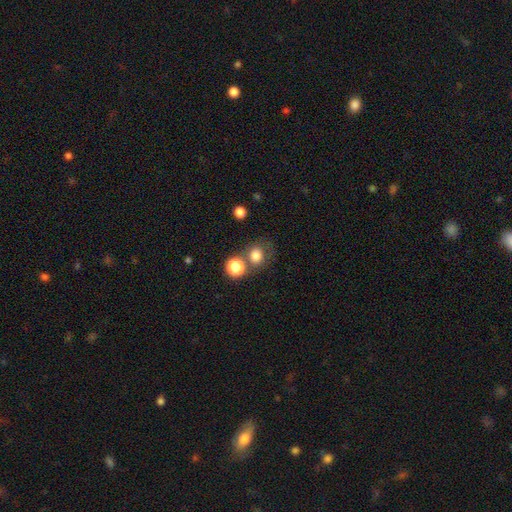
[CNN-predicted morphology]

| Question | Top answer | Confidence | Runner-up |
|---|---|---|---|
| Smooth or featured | smooth | 78% | star or artifact (14%) |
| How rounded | round | 74% | in between (25%) |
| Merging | none | 58% | merger (24%) |